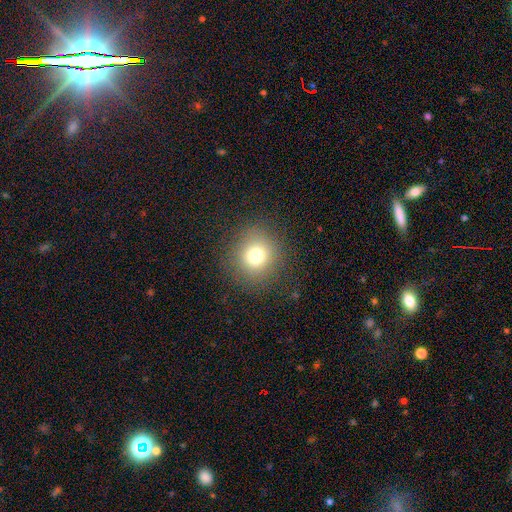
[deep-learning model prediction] Q: Smooth or featured?
A: smooth (76%); runner-up: star or artifact (15%)
Q: How rounded?
A: round (90%); runner-up: in between (9%)
Q: Merging?
A: none (87%); runner-up: minor disturbance (8%)